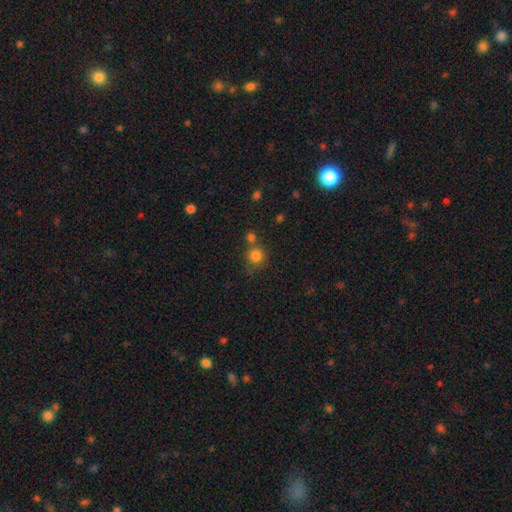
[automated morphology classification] smooth 81%, star or artifact 13%, featured or disk 6%. Down the decision tree: how rounded — round (90%); merging — none (63%).